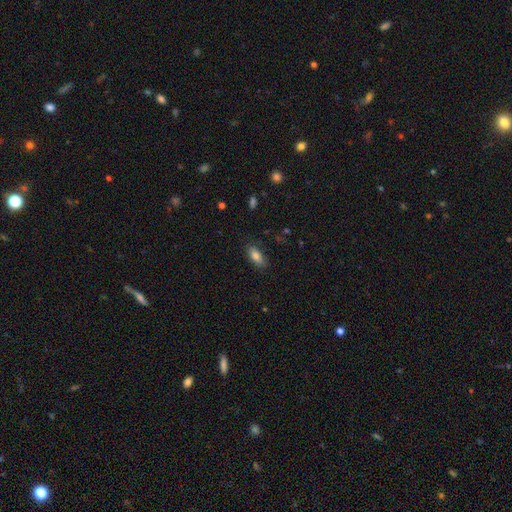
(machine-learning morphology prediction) Smooth or featured? Predicted: smooth (p=0.83). How rounded? Predicted: in between (p=0.86). Merging? Predicted: none (p=0.81).